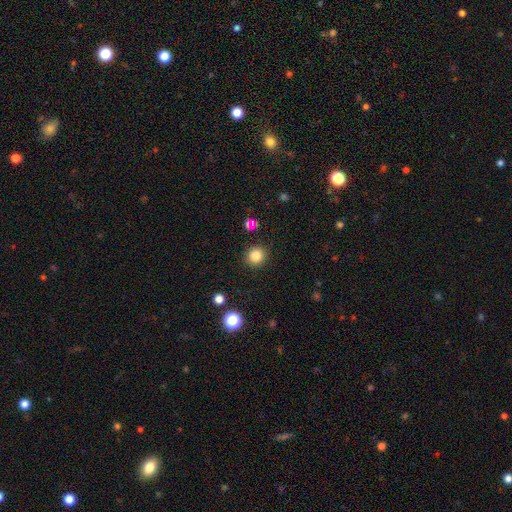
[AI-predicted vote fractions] This appears to be a smooth galaxy with no disk features (83%) that is round (90%). Merging: none (90%).